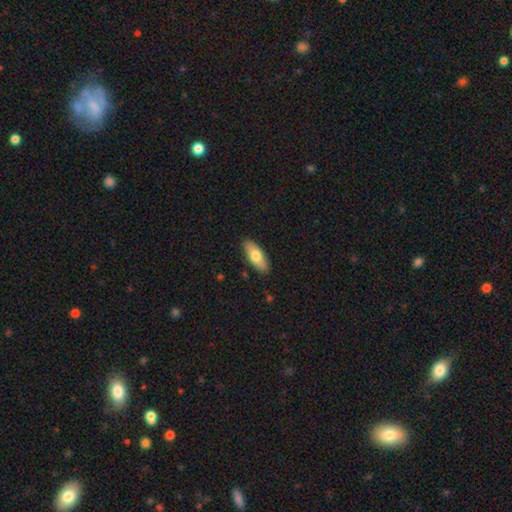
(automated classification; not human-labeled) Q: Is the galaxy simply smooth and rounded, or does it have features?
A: smooth — 74%.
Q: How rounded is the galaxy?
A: in between — 75%.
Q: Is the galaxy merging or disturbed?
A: none — 88%.